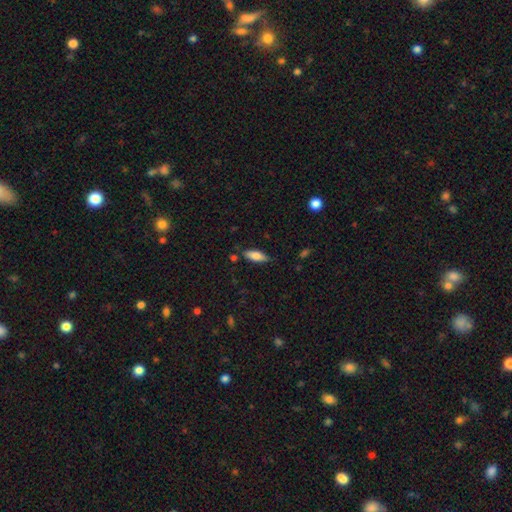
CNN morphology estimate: The model was most divided on "how rounded": in between: 66%, cigar-shaped: 32%, round: 2%. More confident: smooth or featured — smooth (76%); merging — none (75%).